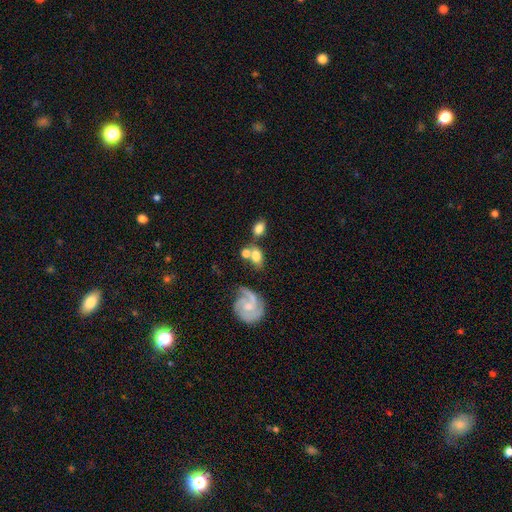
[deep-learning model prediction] Smooth or featured?
  - smooth: 61% *
  - featured or disk: 31%
  - star or artifact: 9%
How rounded?
  - in between: 76% *
  - round: 20%
  - cigar-shaped: 4%
Merging?
  - none: 48% *
  - merger: 27%
  - minor disturbance: 17%
  - major disturbance: 7%